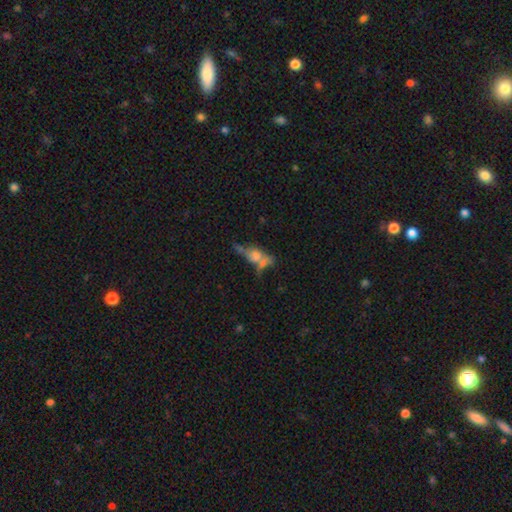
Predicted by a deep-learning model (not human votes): Overall: featured or disk (46%; smooth 39%). Merging: merger (37%; none 34%).